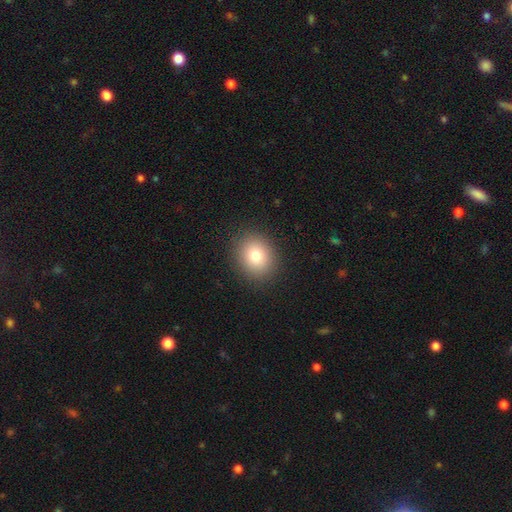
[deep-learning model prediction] Smooth or featured?
  - smooth: 79% *
  - star or artifact: 12%
  - featured or disk: 9%
How rounded?
  - round: 68% *
  - in between: 31%
  - cigar-shaped: 1%
Merging?
  - none: 90% *
  - minor disturbance: 7%
  - major disturbance: 3%
  - merger: 1%